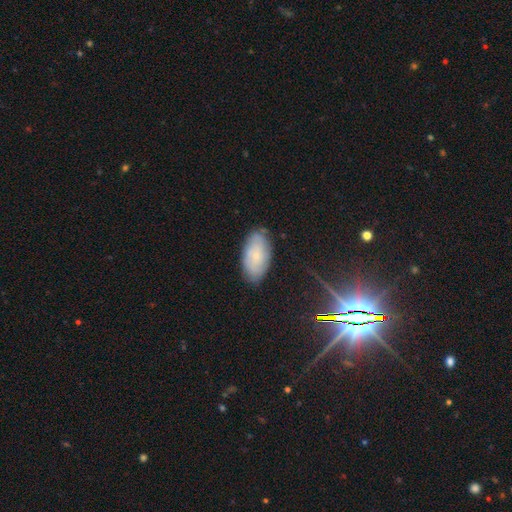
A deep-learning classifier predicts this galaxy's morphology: Q: Smooth or featured?
A: smooth (53%); runner-up: featured or disk (38%)
Q: How rounded?
A: in between (94%); runner-up: round (3%)
Q: Merging?
A: none (80%); runner-up: minor disturbance (16%)